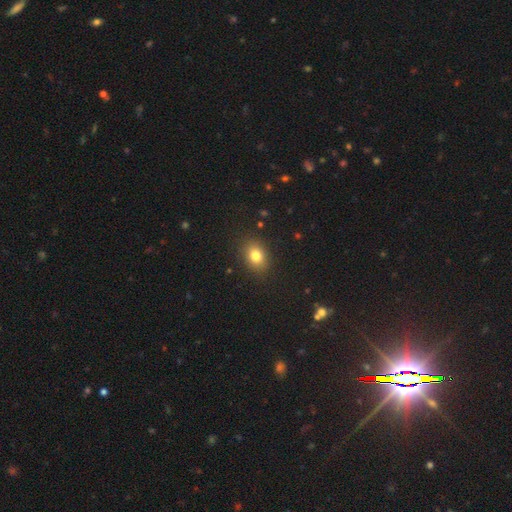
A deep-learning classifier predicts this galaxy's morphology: This appears to be a smooth galaxy with no disk features (80%) that is in between round and cigar-shaped (62%). Merging: none (88%).